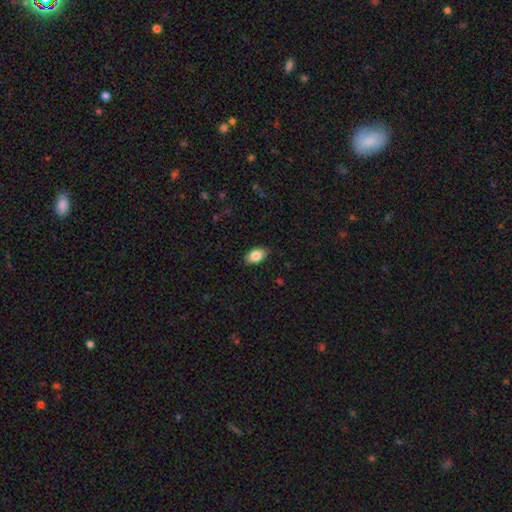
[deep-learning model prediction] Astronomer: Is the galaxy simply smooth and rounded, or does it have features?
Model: smooth — 84%.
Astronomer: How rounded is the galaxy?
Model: in between — 91%.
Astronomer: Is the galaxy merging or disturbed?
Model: none — 87%.